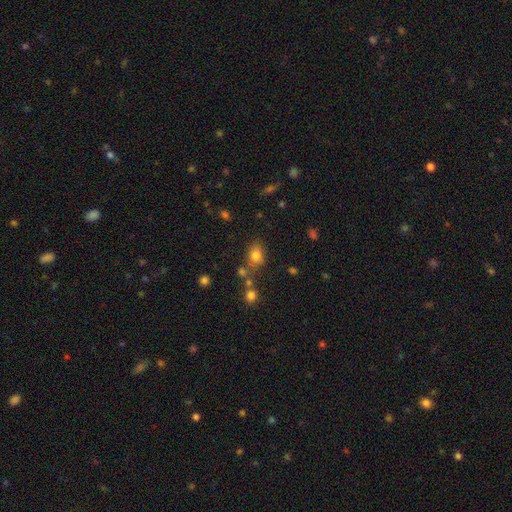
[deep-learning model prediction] This appears to be a smooth galaxy with no disk features (77%) that is in between round and cigar-shaped (63%). Merging: none (65%).